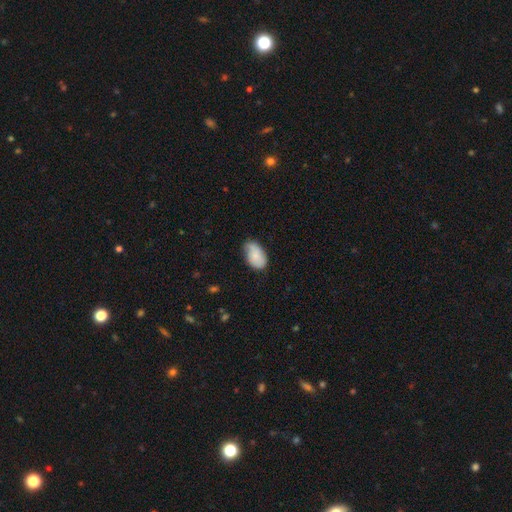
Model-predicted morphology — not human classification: A smooth galaxy with no disk features (81%) that is in between round and cigar-shaped (92%).

Vote fractions:
- Smooth or featured? smooth: 81% / featured or disk: 13% / star or artifact: 7%
- How rounded? in between: 92% / round: 6% / cigar-shaped: 1%
- Merging? none: 58% / minor disturbance: 34% / major disturbance: 6% / merger: 2%